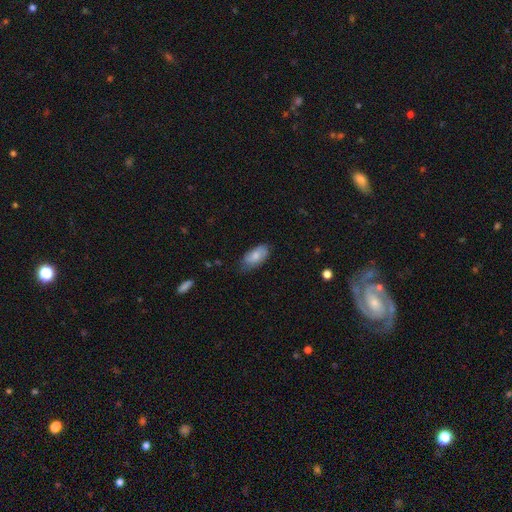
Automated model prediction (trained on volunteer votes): Smooth or featured?
  - smooth: 72% *
  - featured or disk: 21%
  - star or artifact: 6%
How rounded?
  - in between: 91% *
  - cigar-shaped: 6%
  - round: 3%
Merging?
  - none: 66% *
  - minor disturbance: 27%
  - major disturbance: 5%
  - merger: 1%